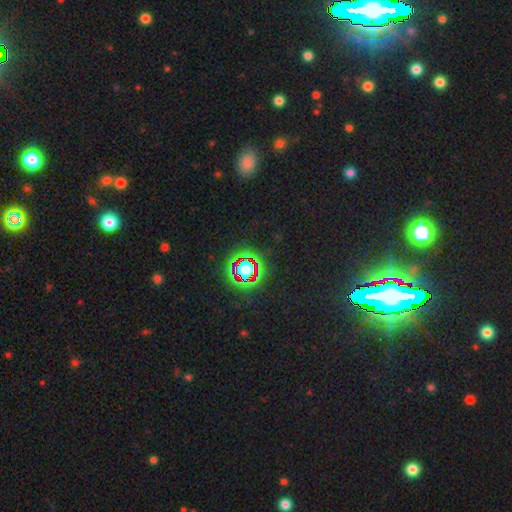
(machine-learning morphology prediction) The model was most divided on "smooth or featured": star or artifact: 78%, smooth: 12%, featured or disk: 9%.